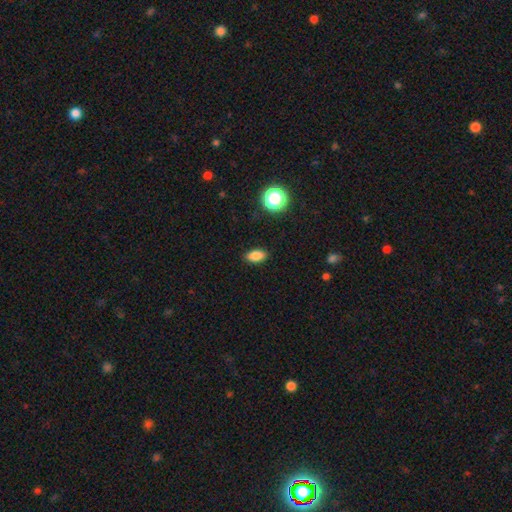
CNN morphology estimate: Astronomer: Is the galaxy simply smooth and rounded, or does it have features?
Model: smooth — 85%.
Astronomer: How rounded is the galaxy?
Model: in between — 88%.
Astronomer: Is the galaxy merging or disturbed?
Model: none — 89%.